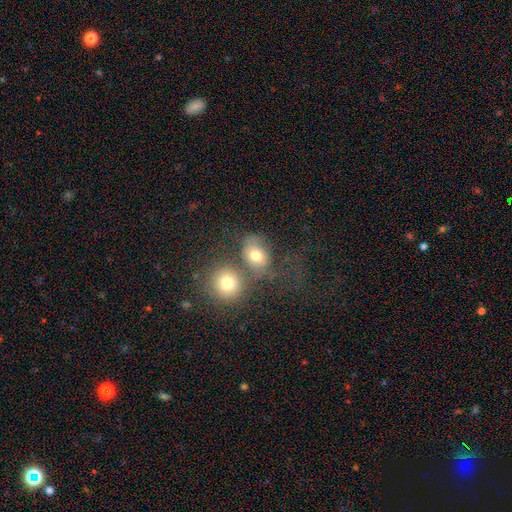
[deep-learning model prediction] The model was most divided on "how rounded": round: 55%, in between: 44%, cigar-shaped: 1%. Remaining: smooth or featured — smooth (70%); merging — merger (46%).